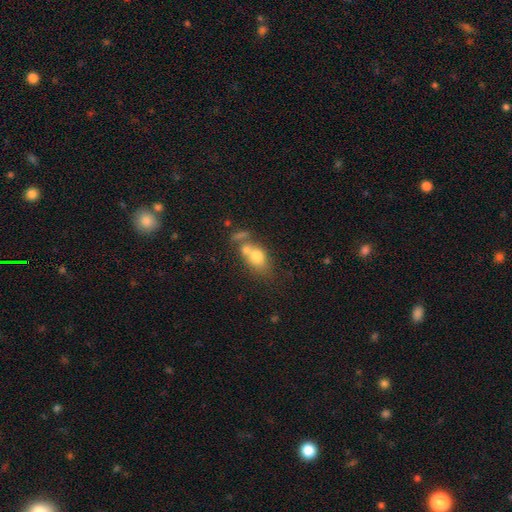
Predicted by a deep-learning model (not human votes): Smooth or featured? Predicted: smooth (p=0.70). How rounded? Predicted: in between (p=0.65). Merging? Predicted: merger (p=0.45).